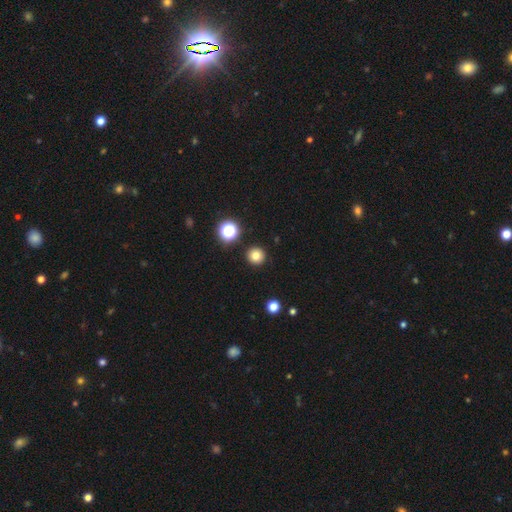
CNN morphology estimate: smooth_or_featured: smooth (p=0.80) [alt: star or artifact p=0.14]
how_rounded: round (p=0.95) [alt: in between p=0.04]
merging: none (p=0.92) [alt: minor disturbance p=0.05]